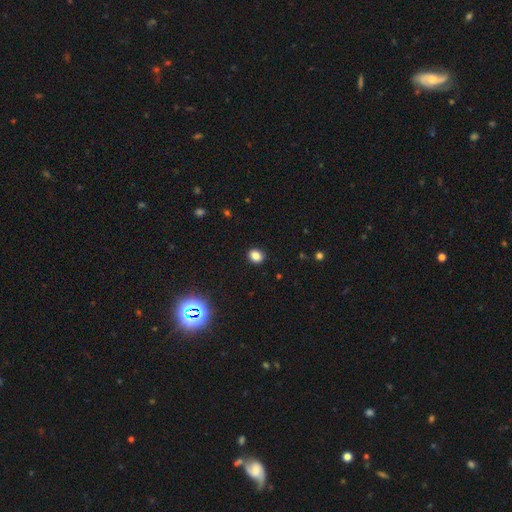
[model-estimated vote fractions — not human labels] Morphology: type=smooth (83%); roundness=round (57%); merging=none (91%).